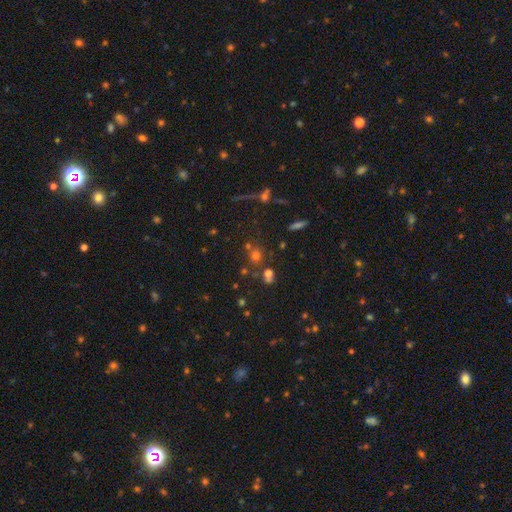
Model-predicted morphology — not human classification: type=smooth (51%); roundness=round (87%); merging=none (67%).